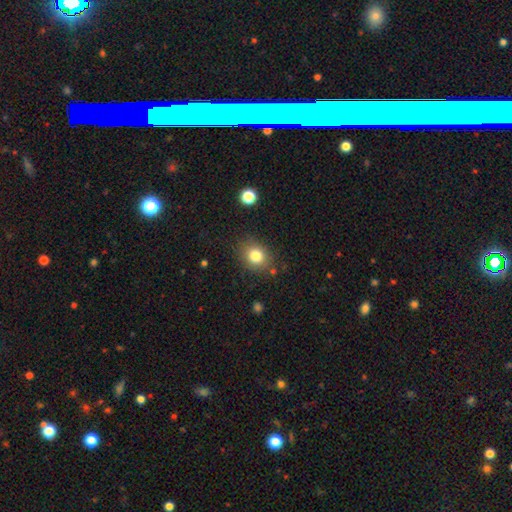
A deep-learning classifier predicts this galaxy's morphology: A smooth galaxy with no disk features (81%) that is round (61%). Merging: none (81%).